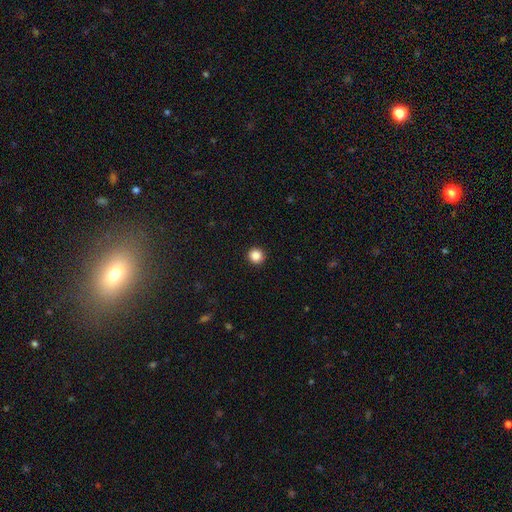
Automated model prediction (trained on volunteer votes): Morphology: type=smooth (86%); roundness=round (95%); merging=none (93%).